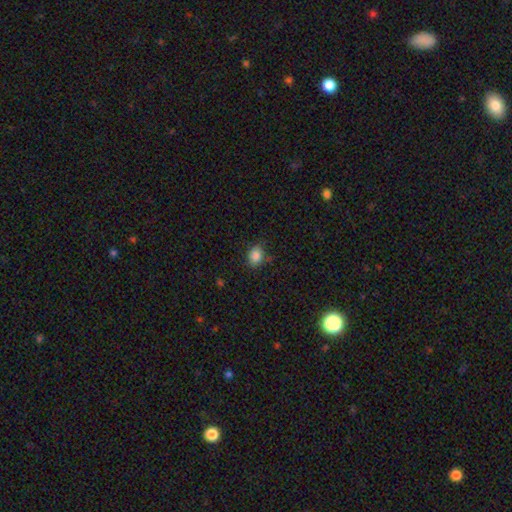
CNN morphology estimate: A smooth galaxy with no disk features (86%) that is in between round and cigar-shaped (60%). Merging: none (77%).